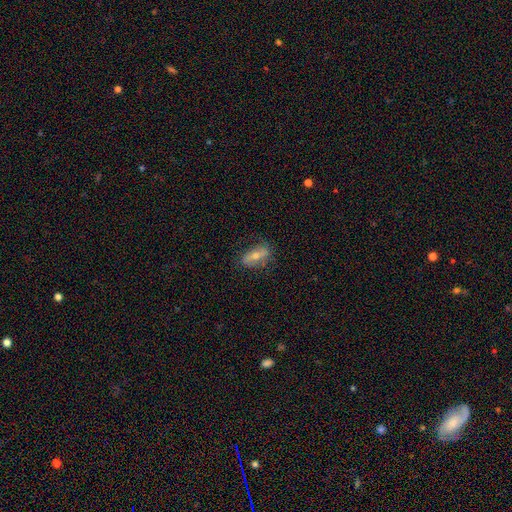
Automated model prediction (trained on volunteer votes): The model was most divided on "smooth or featured": smooth: 50%, featured or disk: 42%, star or artifact: 8%. More confident: merging — none (74%).